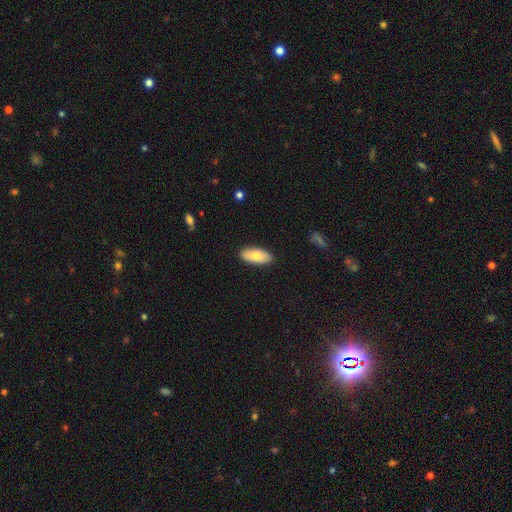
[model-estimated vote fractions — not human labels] The model was most divided on "smooth or featured": smooth: 78%, featured or disk: 16%, star or artifact: 6%. More confident: merging — none (89%); how rounded — in between (85%).